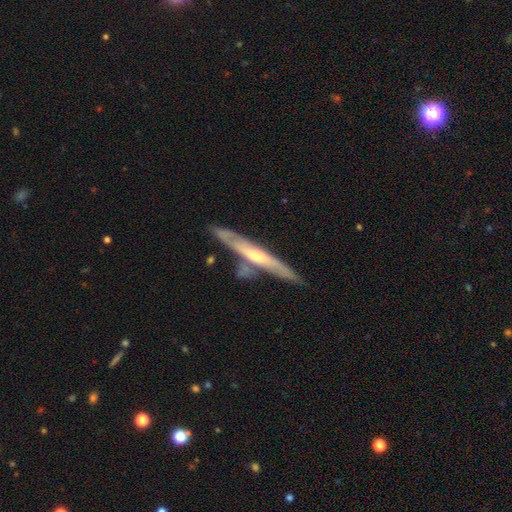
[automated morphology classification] A featured or disk galaxy (69%) viewed edge-on (85%) with a rounded central bulge (54%).

Vote fractions:
- Smooth or featured? featured or disk: 69% / smooth: 26% / star or artifact: 5%
- Edge-on disk? yes: 85% / no: 15%
- Edge-on bulge? rounded: 54% / none: 33% / boxy: 13%
- Merging? none: 65% / minor disturbance: 19% / merger: 11% / major disturbance: 5%